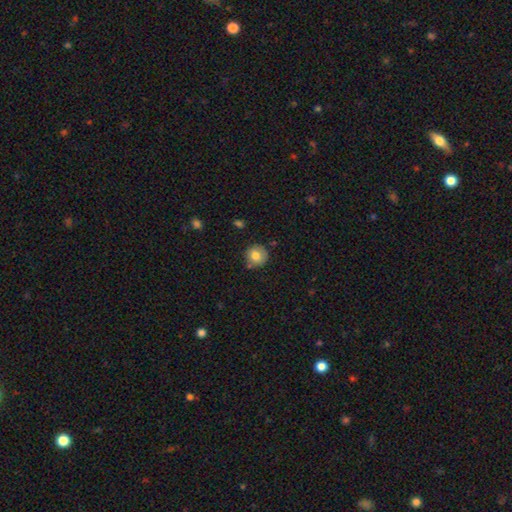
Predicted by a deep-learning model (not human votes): Smooth or featured: smooth — 77% (featured or disk — 14%)
How rounded: round — 91% (in between — 8%)
Merging: none — 79% (minor disturbance — 14%)